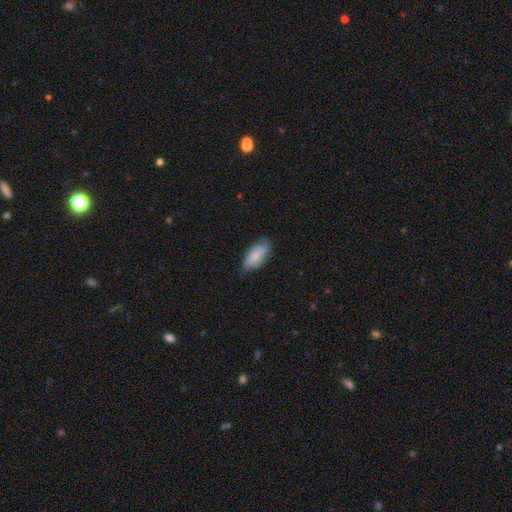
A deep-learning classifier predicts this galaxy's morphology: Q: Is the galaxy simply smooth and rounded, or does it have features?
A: smooth — 77%.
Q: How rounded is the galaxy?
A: in between — 92%.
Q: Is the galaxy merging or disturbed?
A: none — 65%.